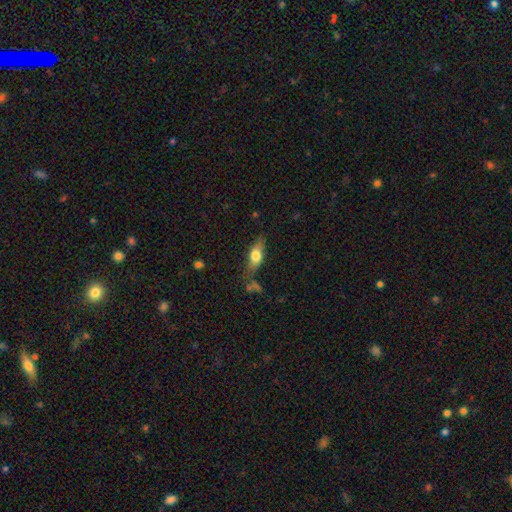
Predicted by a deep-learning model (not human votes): This is likely a smooth galaxy (65%). How rounded: likely in between (69%). Merging: likely none (71%).